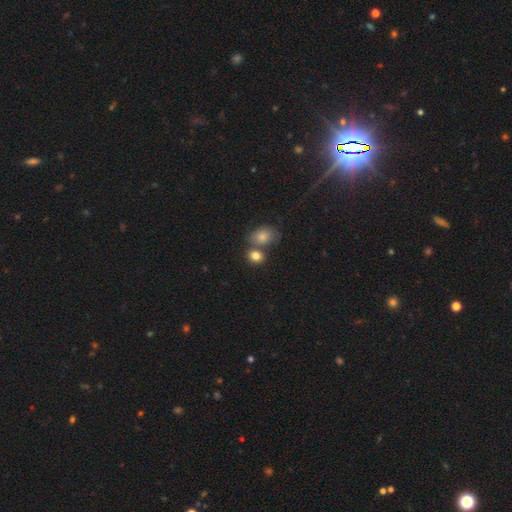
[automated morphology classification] Smooth or featured? smooth (82%)
How rounded? round (55%)
Merging? none (51%)